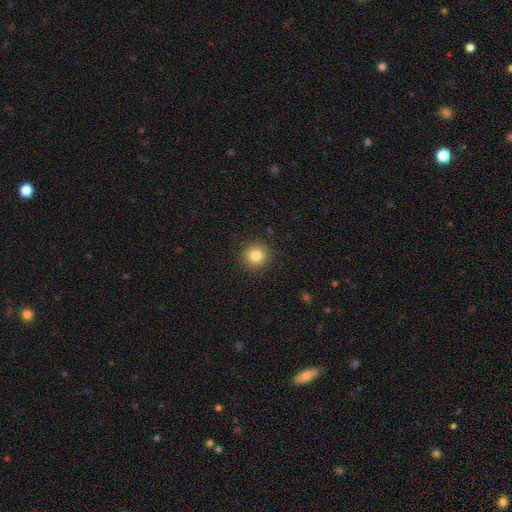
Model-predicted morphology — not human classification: Smooth or featured? Predicted: smooth (p=0.82). How rounded? Predicted: round (p=0.94). Merging? Predicted: none (p=0.91).